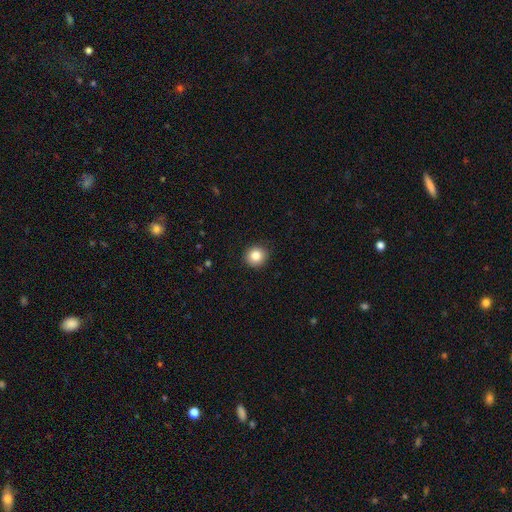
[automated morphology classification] The model was most divided on "smooth or featured": smooth: 85%, star or artifact: 10%, featured or disk: 5%. More confident: merging — none (91%); how rounded — round (90%).